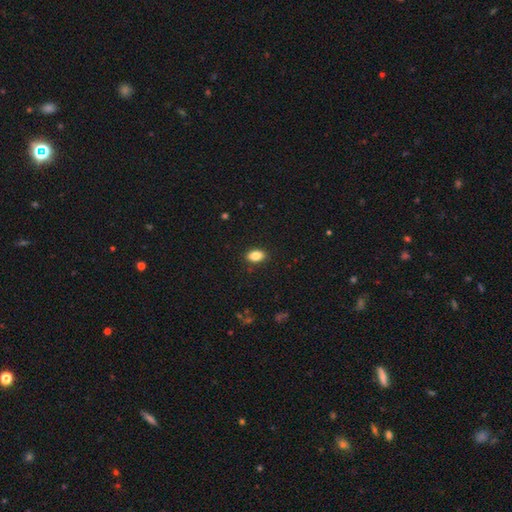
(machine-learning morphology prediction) Overall: smooth (85%). How rounded: in between (88%). Merging: none (89%).